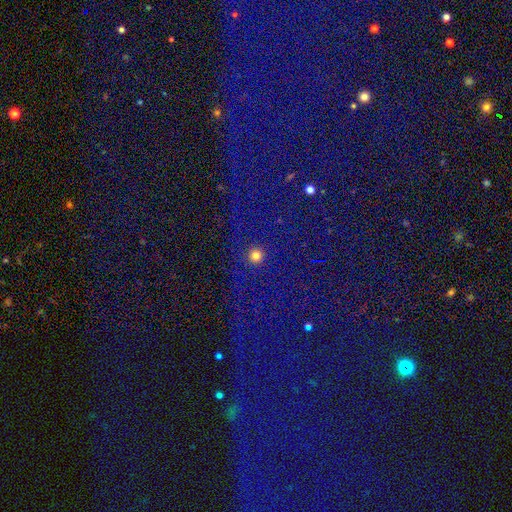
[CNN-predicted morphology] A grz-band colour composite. It shows a smooth galaxy with no disk features (75%) that is round (95%). Merging: none (89%).